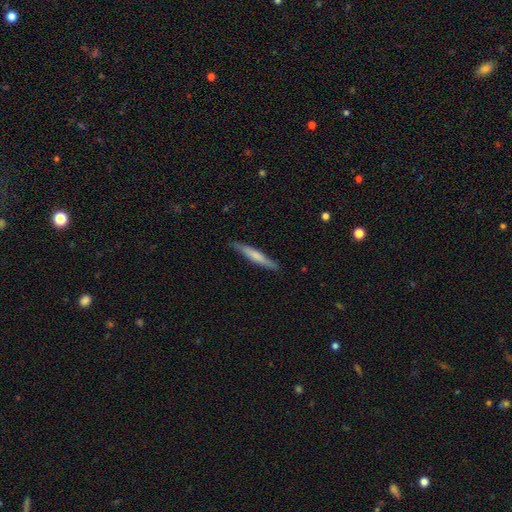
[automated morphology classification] smooth-or-featured: smooth: 59% | featured or disk: 35% | star or artifact: 5%
  how-rounded: cigar-shaped: 94% | in between: 5% | round: 1%
  merging: none: 87% | minor disturbance: 10% | major disturbance: 2% | merger: 1%